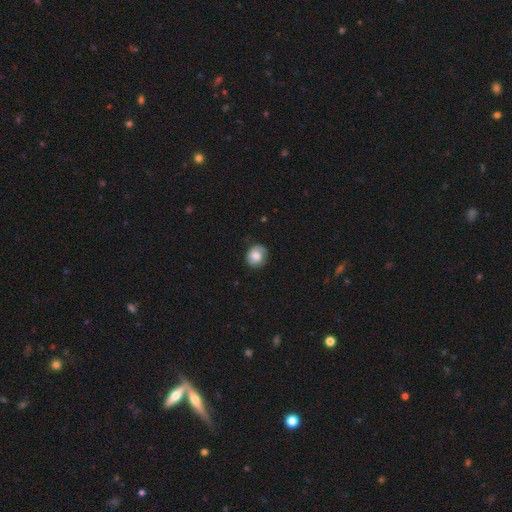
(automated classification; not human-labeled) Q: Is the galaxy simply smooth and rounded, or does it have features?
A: smooth — 70%.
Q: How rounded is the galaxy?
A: round — 74%.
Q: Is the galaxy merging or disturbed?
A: none — 69%.